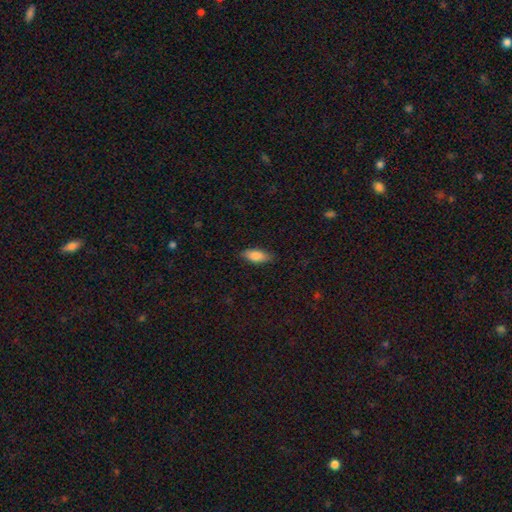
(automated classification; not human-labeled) Smooth or featured? Predicted: smooth (p=0.85). How rounded? Predicted: in between (p=0.82). Merging? Predicted: none (p=0.85).